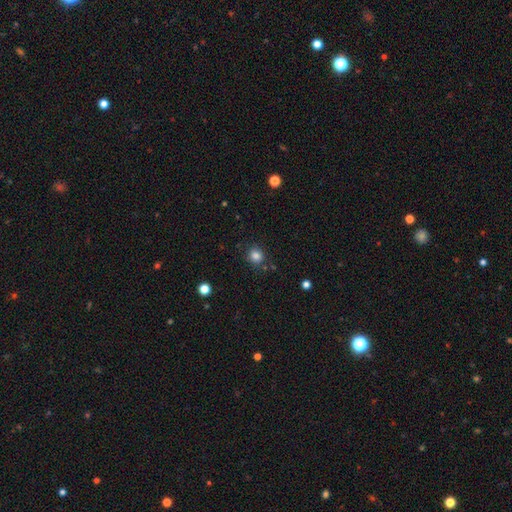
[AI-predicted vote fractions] smooth 83%, star or artifact 12%, featured or disk 5%. Down the decision tree: how rounded — round (84%); merging — none (84%).